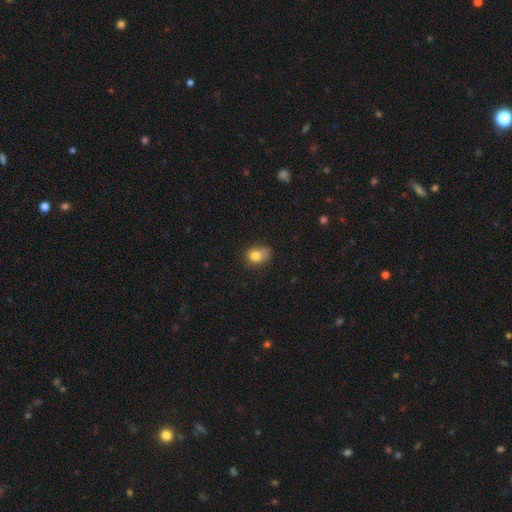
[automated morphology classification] type=smooth (78%); roundness=in between (51%); merging=none (49%).